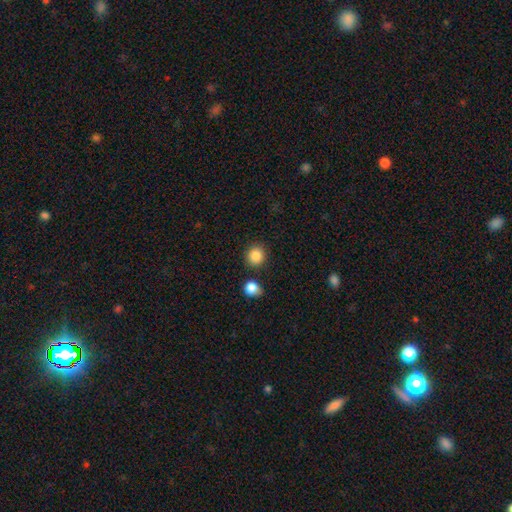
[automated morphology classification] A smooth galaxy with no disk features (87%) that is round (87%).

Vote fractions:
- Smooth or featured? smooth: 87% / star or artifact: 9% / featured or disk: 3%
- How rounded? round: 87% / in between: 12% / cigar-shaped: 1%
- Merging? none: 83% / minor disturbance: 8% / merger: 6% / major disturbance: 3%